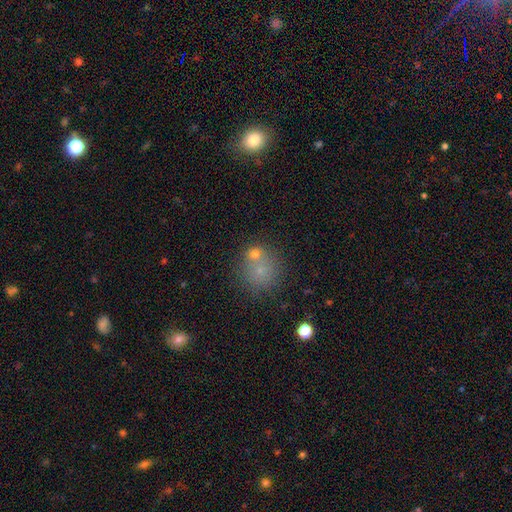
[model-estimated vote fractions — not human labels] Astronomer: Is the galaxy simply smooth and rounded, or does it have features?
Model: smooth — 66%.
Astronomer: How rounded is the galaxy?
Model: round — 87%.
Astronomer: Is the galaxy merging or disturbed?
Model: none — 55% (runner-up: merger, 32%).